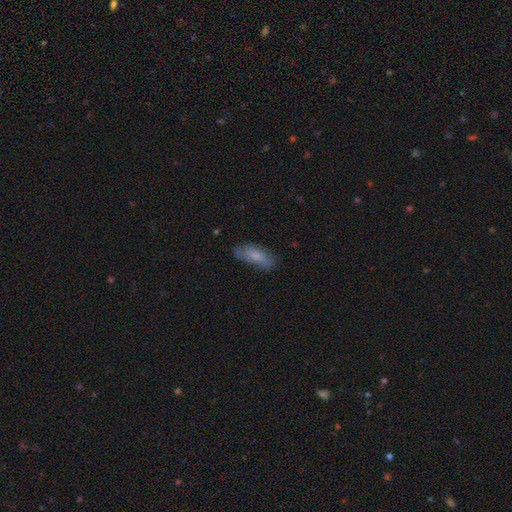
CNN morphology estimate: This appears to be a smooth galaxy with no disk features (69%) that is in between round and cigar-shaped (71%). Merging: none (70%).